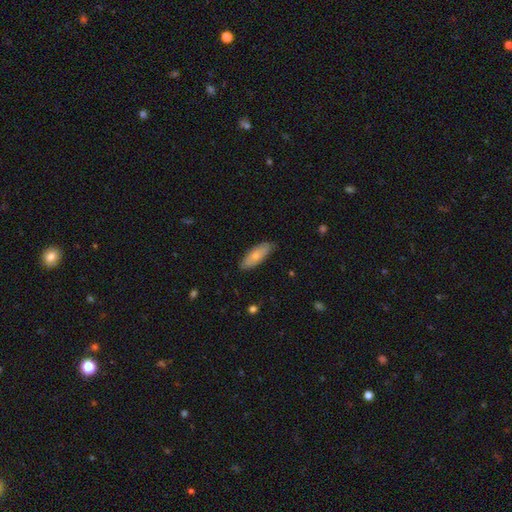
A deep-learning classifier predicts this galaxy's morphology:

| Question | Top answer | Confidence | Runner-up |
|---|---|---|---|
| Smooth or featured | smooth | 72% | featured or disk (22%) |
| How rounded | in between | 72% | cigar-shaped (26%) |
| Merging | none | 82% | minor disturbance (15%) |